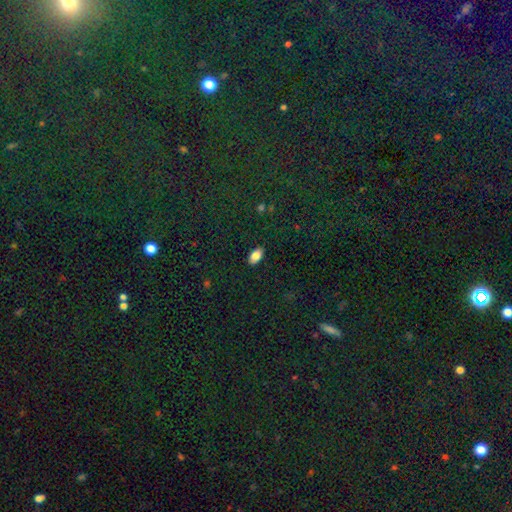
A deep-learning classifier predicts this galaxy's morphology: type=smooth (84%); roundness=in between (92%); merging=none (87%).